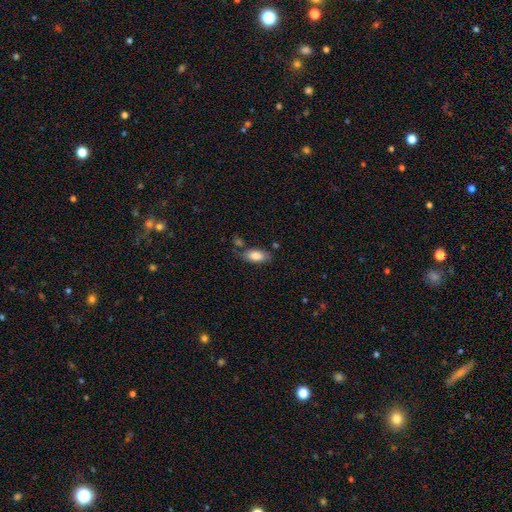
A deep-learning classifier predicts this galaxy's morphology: smooth-or-featured: smooth: 82% | featured or disk: 12% | star or artifact: 7%
  how-rounded: in between: 88% | cigar-shaped: 9% | round: 3%
  merging: none: 68% | minor disturbance: 19% | merger: 8% | major disturbance: 5%